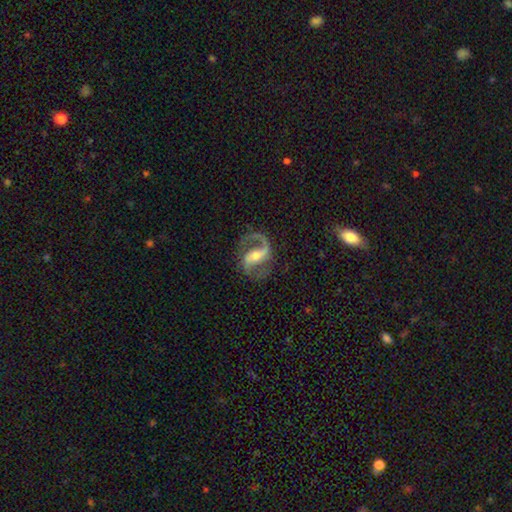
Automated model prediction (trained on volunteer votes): Overall: featured or disk (90%). Edge-on disk: no (97%). Bar: strong (47%; weak 35%). Spiral arms: yes (96%). Spiral arm count: 2 (85%). Spiral winding: medium (48%; loose 41%). Bulge size: moderate (55%; small 38%). Merging: none (75%).